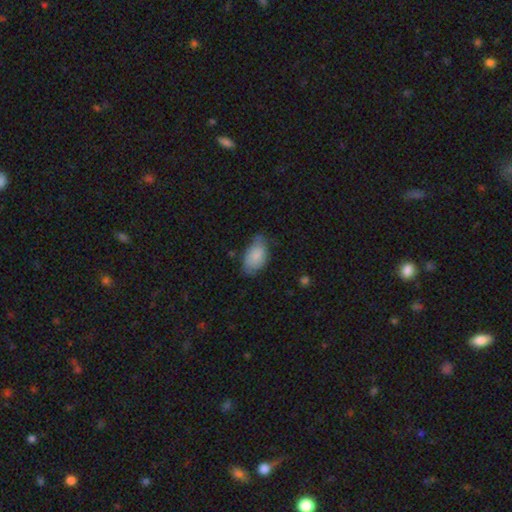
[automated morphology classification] type=smooth (81%); roundness=in between (93%); merging=none (56%).